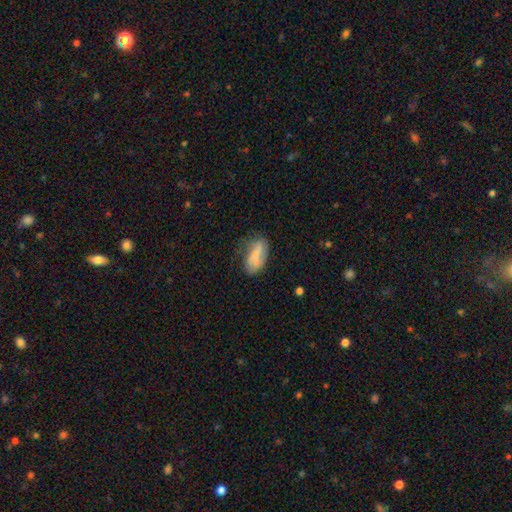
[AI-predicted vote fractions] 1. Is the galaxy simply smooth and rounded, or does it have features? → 70% smooth, 22% featured or disk, 8% star or artifact.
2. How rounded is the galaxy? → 87% in between, 9% cigar-shaped, 3% round.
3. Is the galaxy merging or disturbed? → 48% none, 32% minor disturbance, 15% major disturbance, 4% merger.